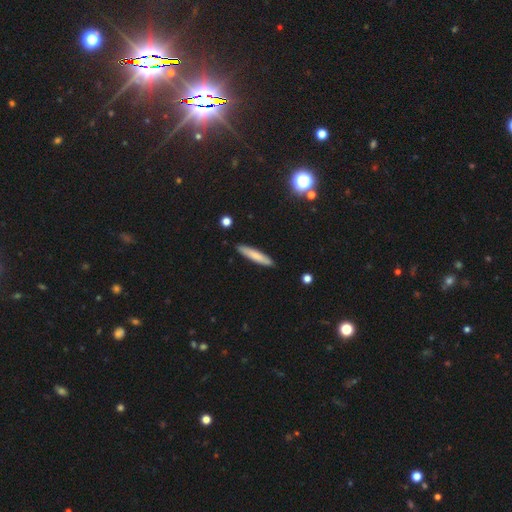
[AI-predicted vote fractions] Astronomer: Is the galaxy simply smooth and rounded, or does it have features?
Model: smooth — 76%.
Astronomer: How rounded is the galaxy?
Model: cigar-shaped — 90%.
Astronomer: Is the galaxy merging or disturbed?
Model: none — 89%.